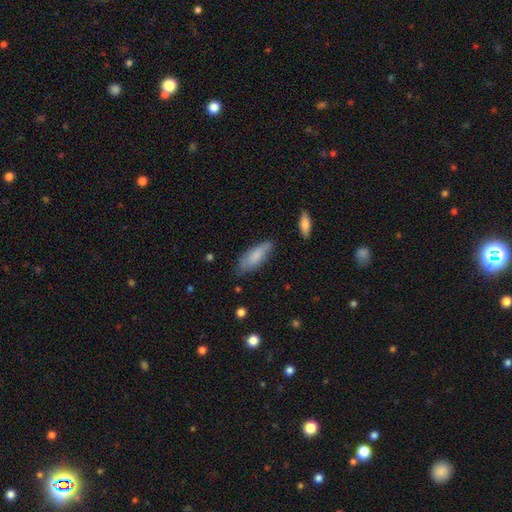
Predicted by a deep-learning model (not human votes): smooth-or-featured: smooth: 79% | featured or disk: 15% | star or artifact: 6%
  how-rounded: in between: 62% | cigar-shaped: 36% | round: 2%
  merging: none: 68% | minor disturbance: 25% | major disturbance: 5% | merger: 3%